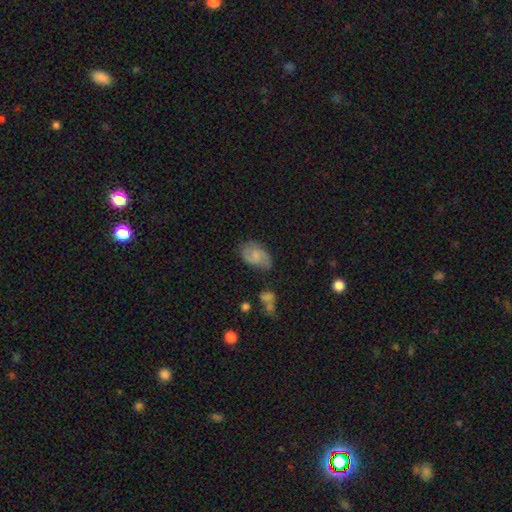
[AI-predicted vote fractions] Morphology: type=smooth (63%); roundness=in between (88%); merging=none (60%).